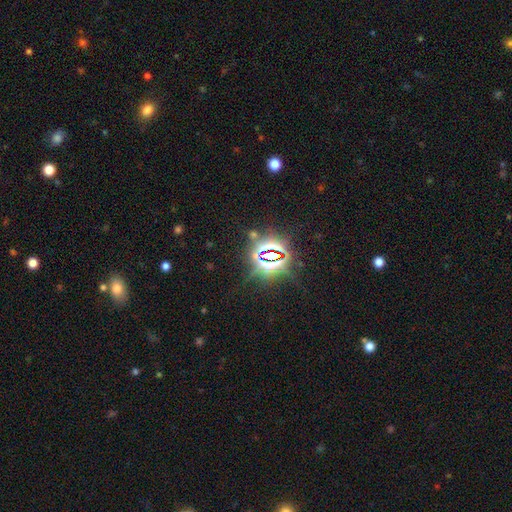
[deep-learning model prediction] A star or artifact, not a galaxy (83%).